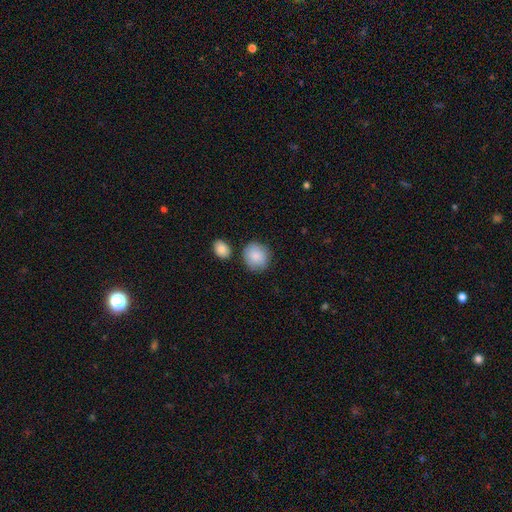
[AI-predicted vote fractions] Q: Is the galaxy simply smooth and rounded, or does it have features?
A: smooth — 88%.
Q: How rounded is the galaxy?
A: round — 82%.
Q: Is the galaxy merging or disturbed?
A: none — 79%.